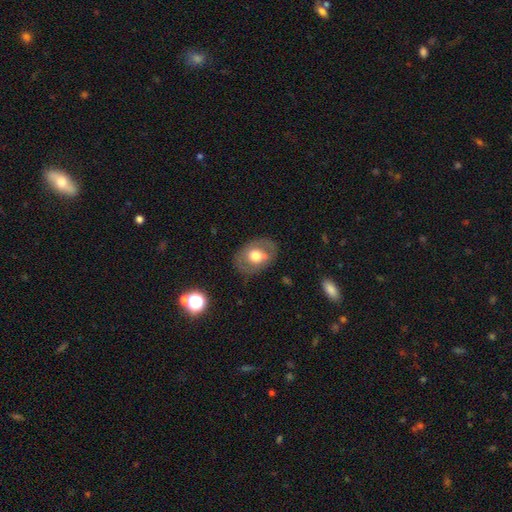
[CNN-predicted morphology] type=smooth (53%); roundness=in between (70%); merging=none (75%).